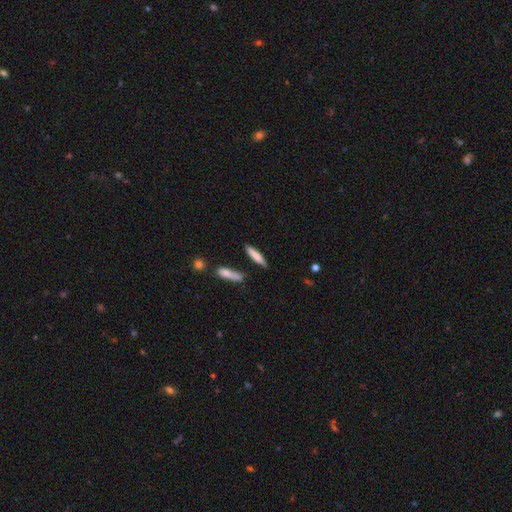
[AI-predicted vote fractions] Smooth or featured? smooth (76%)
How rounded? cigar-shaped (84%)
Merging? none (76%)